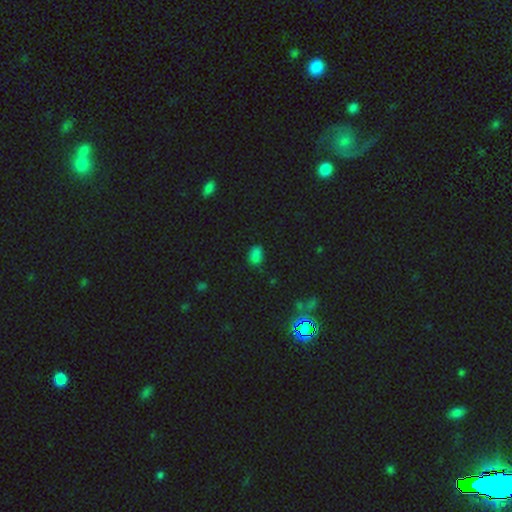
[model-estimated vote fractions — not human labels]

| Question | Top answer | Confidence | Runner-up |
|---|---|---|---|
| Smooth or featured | smooth | 72% | star or artifact (23%) |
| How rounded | in between | 83% | round (15%) |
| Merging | none | 73% | minor disturbance (19%) |